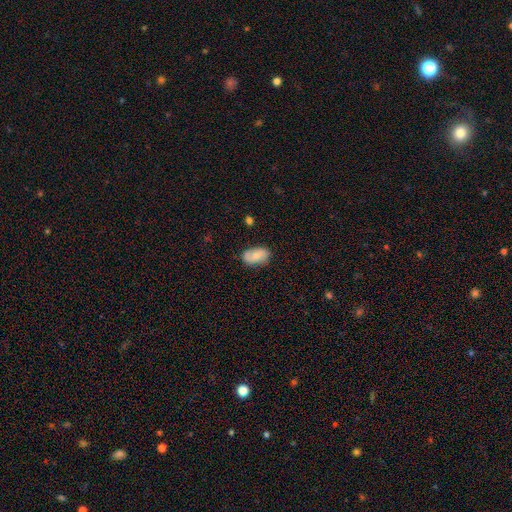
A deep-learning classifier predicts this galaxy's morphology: smooth_or_featured: smooth (p=0.63) [alt: featured or disk p=0.30]
how_rounded: in between (p=0.91) [alt: round p=0.07]
merging: none (p=0.77) [alt: minor disturbance p=0.18]